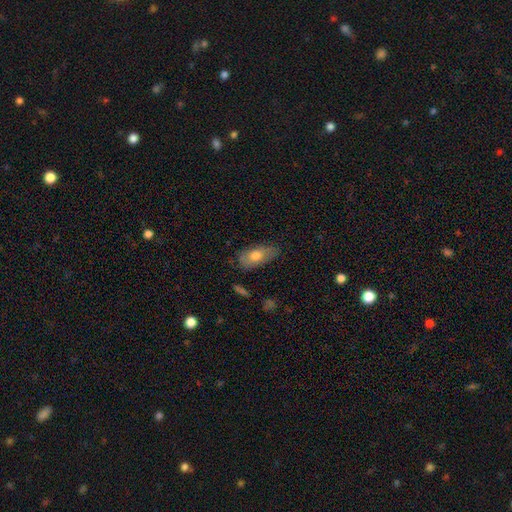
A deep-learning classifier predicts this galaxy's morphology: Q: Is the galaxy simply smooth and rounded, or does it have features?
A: smooth — 68%.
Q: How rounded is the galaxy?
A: in between — 88%.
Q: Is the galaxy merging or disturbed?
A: none — 67%.